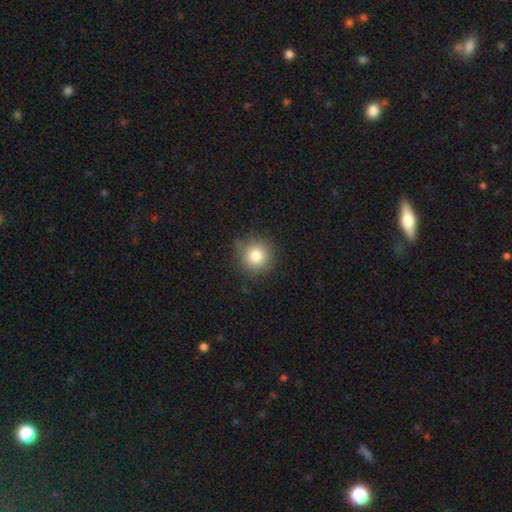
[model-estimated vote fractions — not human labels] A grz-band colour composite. It shows a smooth galaxy with no disk features (82%) that is round (92%). Merging: none (80%).